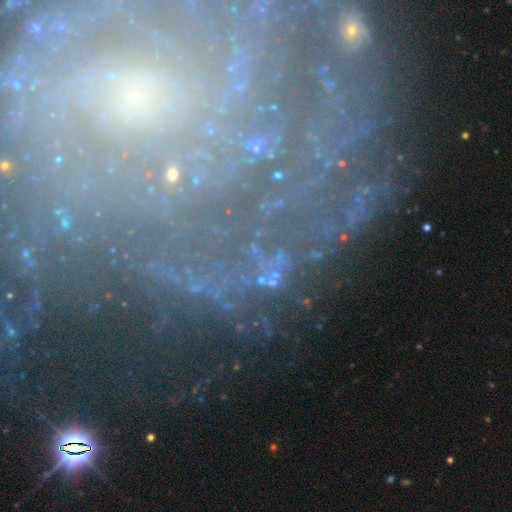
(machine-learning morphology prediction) A featured or disk galaxy (58%) with no bar (61%), spiral arms (87%) and a small central bulge (66%). Merging: none (74%).